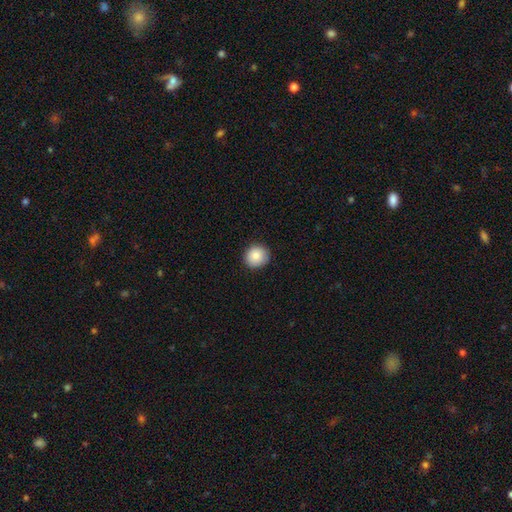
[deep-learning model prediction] Smooth or featured? smooth (85%)
How rounded? round (90%)
Merging? none (89%)